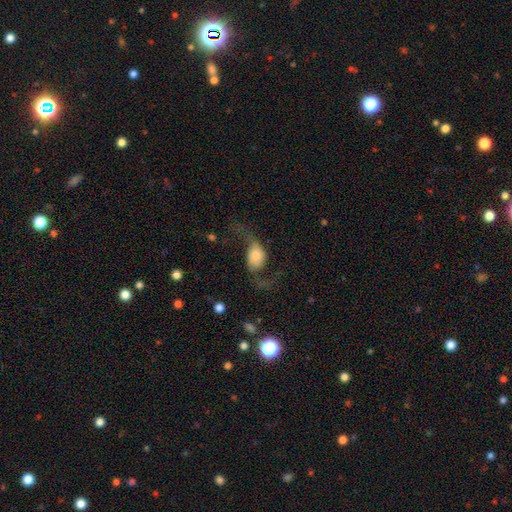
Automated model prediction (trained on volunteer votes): This appears to be a featured or disk galaxy (64%) with no bar (64%), 2 (91%) loose (91%) spiral arms (90%) and a large central bulge (29%). Merging: none (44%).